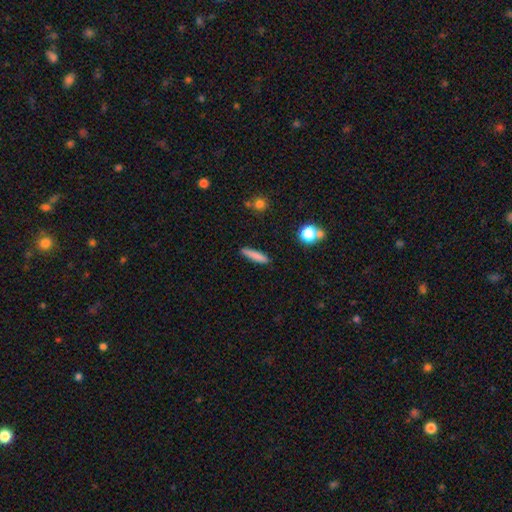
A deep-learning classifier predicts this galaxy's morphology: A smooth galaxy with no disk features (81%) that is cigar-shaped (87%). Merging: none (86%).